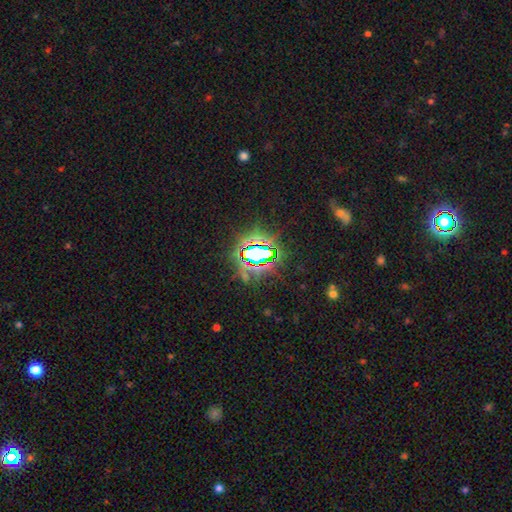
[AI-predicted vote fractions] smooth-or-featured: star or artifact: 74% | smooth: 16% | featured or disk: 10%